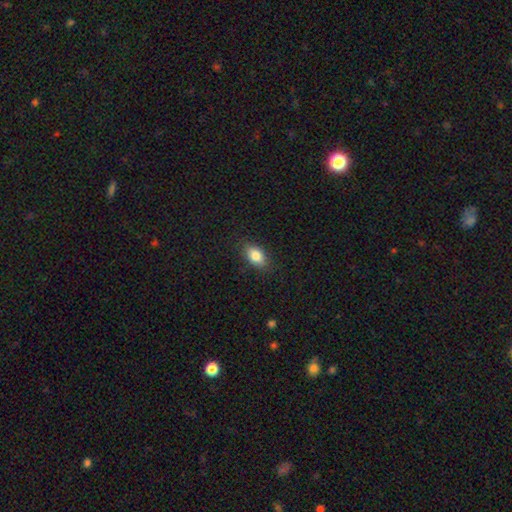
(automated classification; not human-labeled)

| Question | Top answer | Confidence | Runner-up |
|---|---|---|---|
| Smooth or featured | smooth | 83% | featured or disk (9%) |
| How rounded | in between | 87% | round (10%) |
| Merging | none | 86% | minor disturbance (11%) |